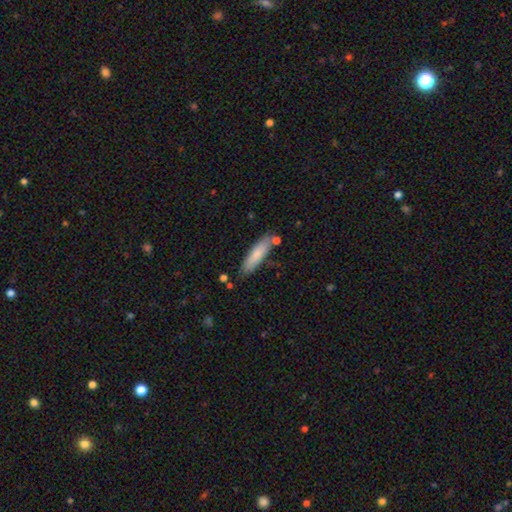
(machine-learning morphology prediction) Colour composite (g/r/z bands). It shows a smooth galaxy with no disk features (76%) that is cigar-shaped (73%). Merging: none (78%).